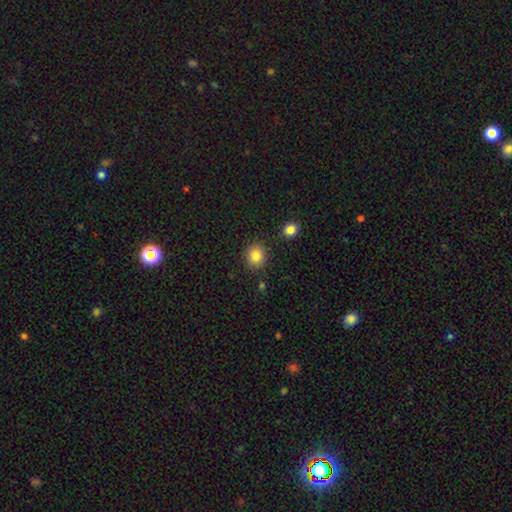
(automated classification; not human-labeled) The model was most divided on "how rounded": round: 77%, in between: 23%, cigar-shaped: 1%. More confident: merging — none (87%); smooth or featured — smooth (85%).